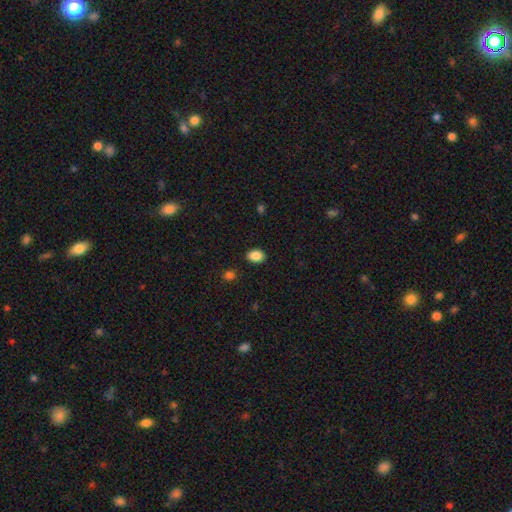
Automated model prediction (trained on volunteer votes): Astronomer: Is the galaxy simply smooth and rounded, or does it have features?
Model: smooth — 87%.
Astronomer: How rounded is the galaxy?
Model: in between — 73%.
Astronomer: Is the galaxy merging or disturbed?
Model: none — 88%.